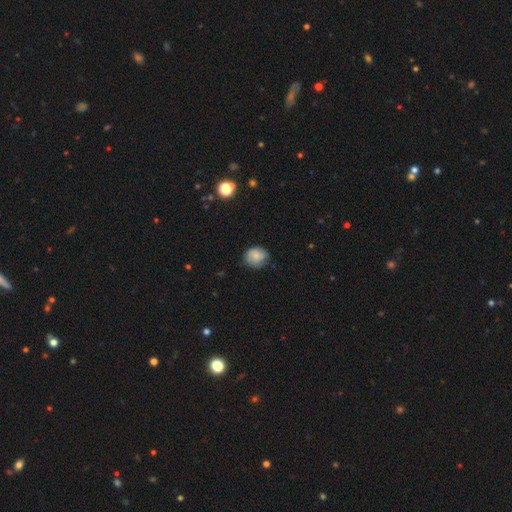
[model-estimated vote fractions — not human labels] Morphology: type=smooth (71%); roundness=round (70%); merging=none (67%).